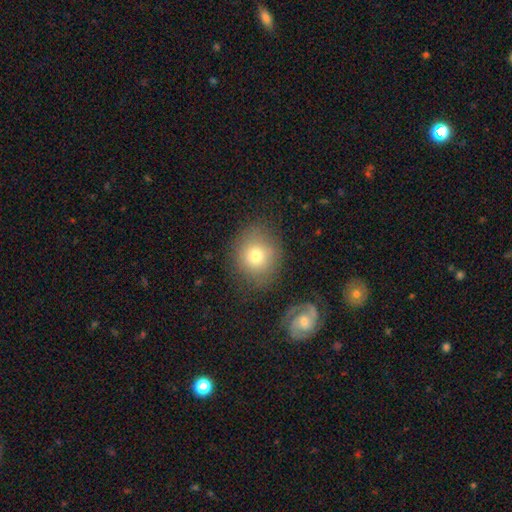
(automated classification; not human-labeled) A smooth galaxy with no disk features (75%) that is round (75%).

Vote fractions:
- Smooth or featured? smooth: 75% / featured or disk: 14% / star or artifact: 11%
- How rounded? round: 75% / in between: 24% / cigar-shaped: 1%
- Merging? none: 78% / minor disturbance: 14% / major disturbance: 6% / merger: 3%